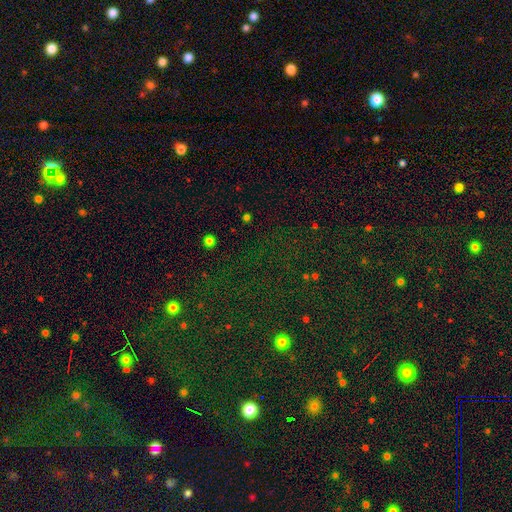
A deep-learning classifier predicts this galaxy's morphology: star or artifact 74%, smooth 17%, featured or disk 9%.